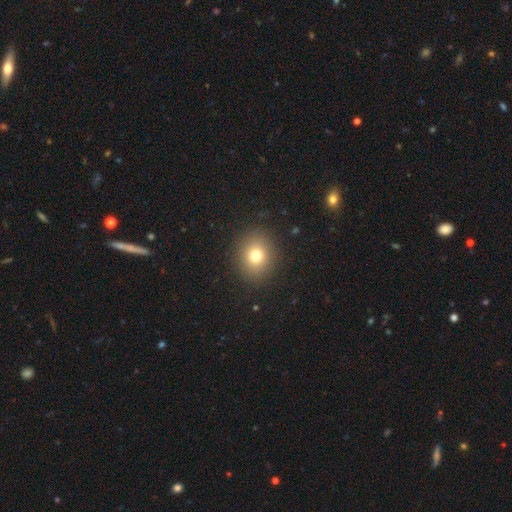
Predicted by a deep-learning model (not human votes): Smooth or featured? Predicted: smooth (p=0.75). How rounded? Predicted: round (p=0.75). Merging? Predicted: none (p=0.89).